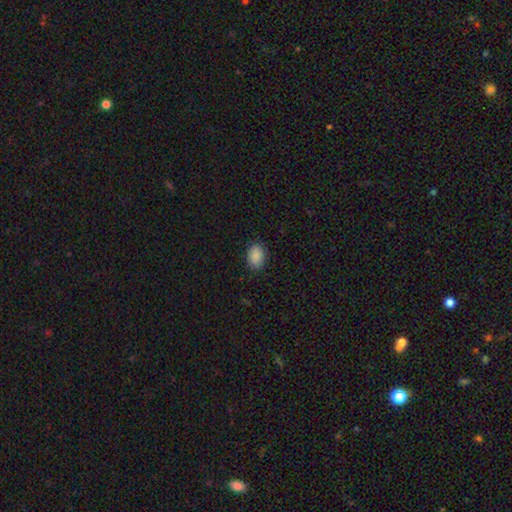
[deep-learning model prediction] This is clearly a smooth galaxy (88%). How rounded: likely in between (76%). Merging: clearly none (86%).